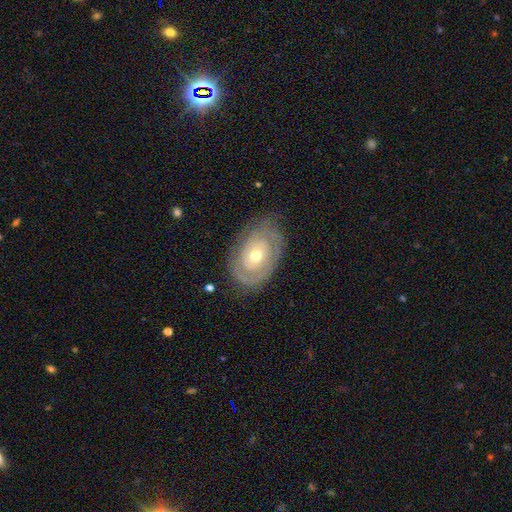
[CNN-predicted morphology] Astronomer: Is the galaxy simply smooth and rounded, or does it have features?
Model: featured or disk — 74%.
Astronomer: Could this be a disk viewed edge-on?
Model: no — 94%.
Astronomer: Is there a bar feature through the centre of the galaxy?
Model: no — 82%.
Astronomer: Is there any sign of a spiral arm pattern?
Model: yes — 73%.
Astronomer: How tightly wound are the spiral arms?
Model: tight — 74%.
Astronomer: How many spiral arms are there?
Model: can't tell — 37% (runner-up: 2, 33%).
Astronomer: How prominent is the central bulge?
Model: moderate — 55% (runner-up: small, 41%).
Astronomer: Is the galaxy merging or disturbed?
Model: none — 75%.